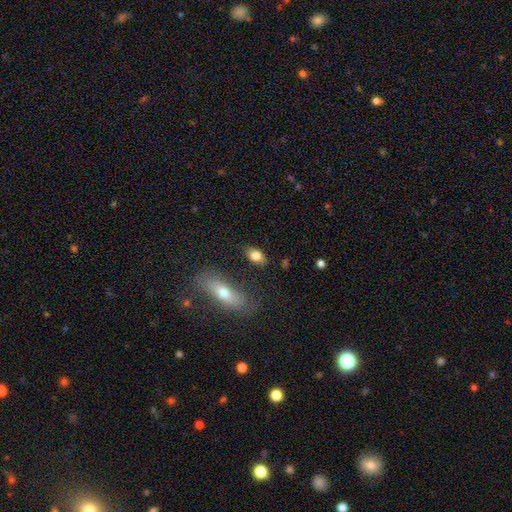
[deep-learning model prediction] A smooth galaxy with no disk features (78%) that is in between round and cigar-shaped (86%).

Vote fractions:
- Smooth or featured? smooth: 78% / featured or disk: 14% / star or artifact: 8%
- How rounded? in between: 86% / round: 9% / cigar-shaped: 5%
- Merging? none: 82% / minor disturbance: 11% / merger: 4% / major disturbance: 3%